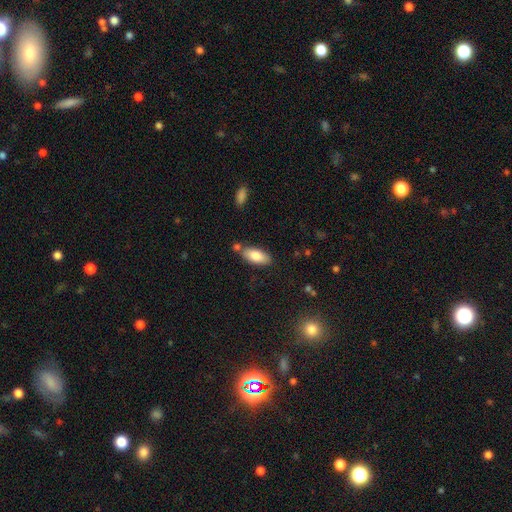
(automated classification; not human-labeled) A smooth galaxy with no disk features (82%) that is in between round and cigar-shaped (86%).

Vote fractions:
- Smooth or featured? smooth: 82% / featured or disk: 11% / star or artifact: 6%
- How rounded? in between: 86% / cigar-shaped: 11% / round: 2%
- Merging? none: 75% / minor disturbance: 14% / merger: 9% / major disturbance: 3%